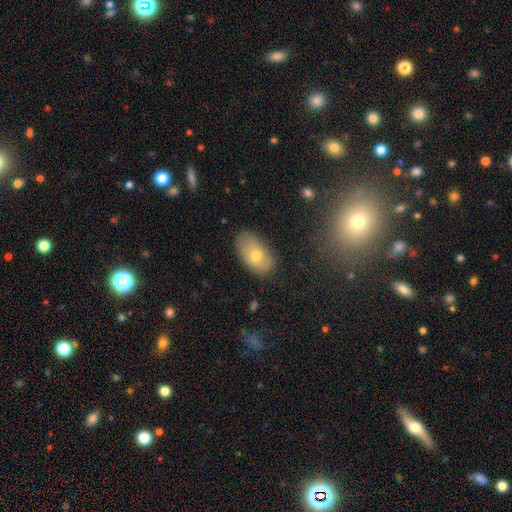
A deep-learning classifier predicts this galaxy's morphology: type=smooth (67%); roundness=in between (92%); merging=none (79%).